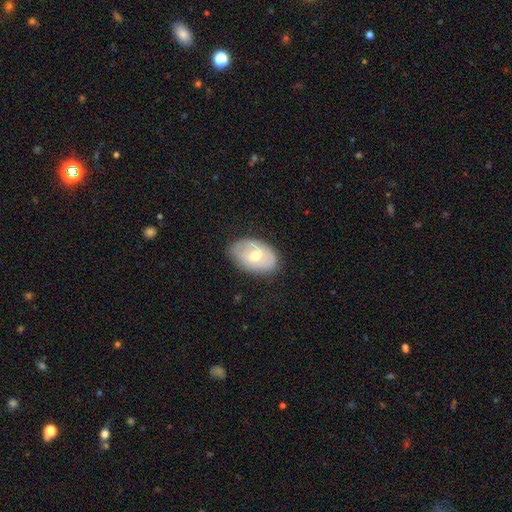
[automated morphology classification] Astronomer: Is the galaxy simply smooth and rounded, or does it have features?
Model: smooth — 51% (runner-up: featured or disk, 43%).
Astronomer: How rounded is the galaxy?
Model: in between — 84%.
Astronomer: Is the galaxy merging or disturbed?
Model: none — 72%.